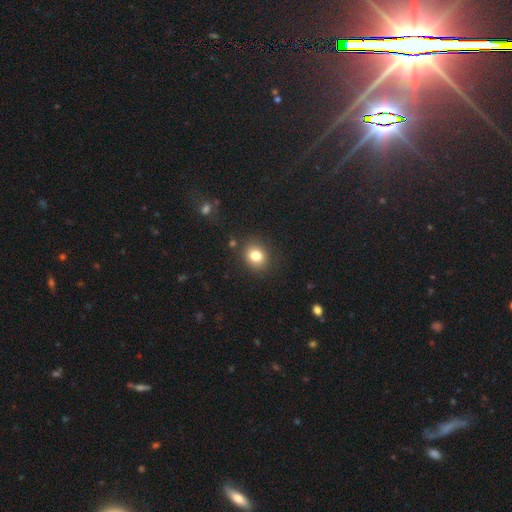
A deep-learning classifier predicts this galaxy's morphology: smooth-or-featured: smooth: 81% | star or artifact: 11% | featured or disk: 8%
  how-rounded: round: 62% | in between: 37% | cigar-shaped: 1%
  merging: none: 85% | minor disturbance: 9% | major disturbance: 3% | merger: 2%